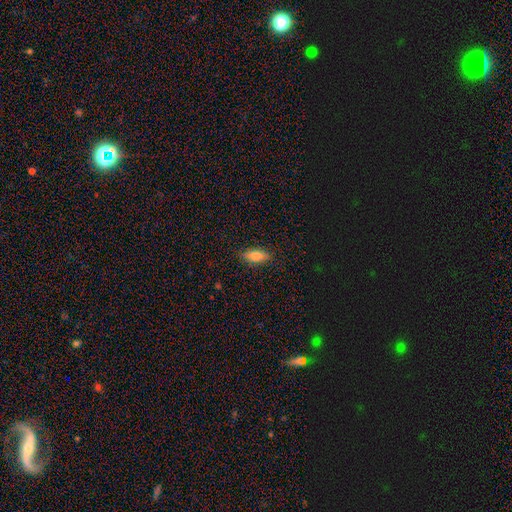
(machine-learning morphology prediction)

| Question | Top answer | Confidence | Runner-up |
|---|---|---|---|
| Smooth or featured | smooth | 79% | featured or disk (13%) |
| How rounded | in between | 76% | cigar-shaped (21%) |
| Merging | none | 84% | minor disturbance (12%) |